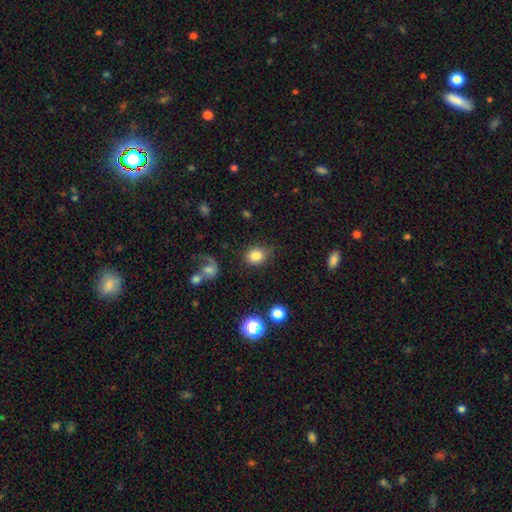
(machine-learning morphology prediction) Q: Smooth or featured?
A: smooth (81%); runner-up: star or artifact (10%)
Q: How rounded?
A: round (71%); runner-up: in between (28%)
Q: Merging?
A: none (71%); runner-up: minor disturbance (17%)